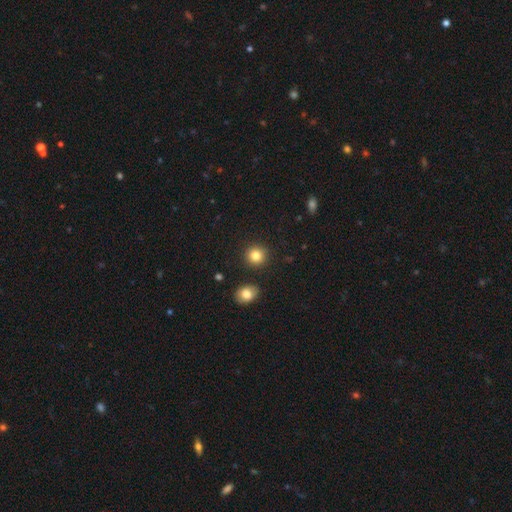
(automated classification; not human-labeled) Smooth or featured: smooth — 84% (star or artifact — 10%)
How rounded: round — 89% (in between — 10%)
Merging: none — 89% (minor disturbance — 6%)